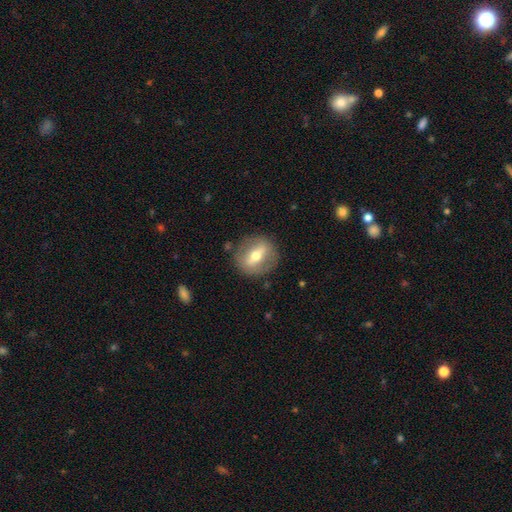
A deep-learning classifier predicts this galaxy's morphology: Smooth or featured?
  - featured or disk: 59% *
  - smooth: 35%
  - star or artifact: 7%
Edge-on disk?
  - no: 70% *
  - yes: 30%
Merging?
  - none: 84% *
  - minor disturbance: 10%
  - major disturbance: 4%
  - merger: 1%